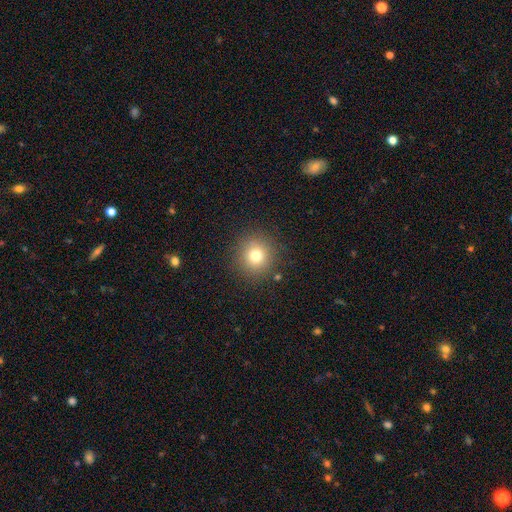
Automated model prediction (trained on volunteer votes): smooth_or_featured: smooth (p=0.75) [alt: star or artifact p=0.15]
how_rounded: round (p=0.93) [alt: in between p=0.06]
merging: none (p=0.88) [alt: minor disturbance p=0.07]